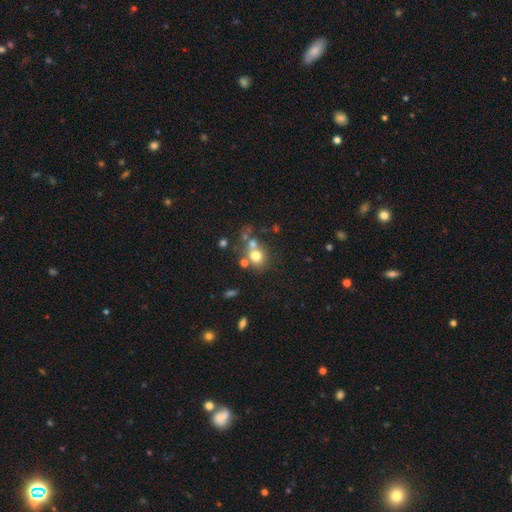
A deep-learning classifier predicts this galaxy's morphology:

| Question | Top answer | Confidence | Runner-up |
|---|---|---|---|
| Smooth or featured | smooth | 68% | featured or disk (17%) |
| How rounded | round | 76% | in between (23%) |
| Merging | none | 49% | merger (34%) |